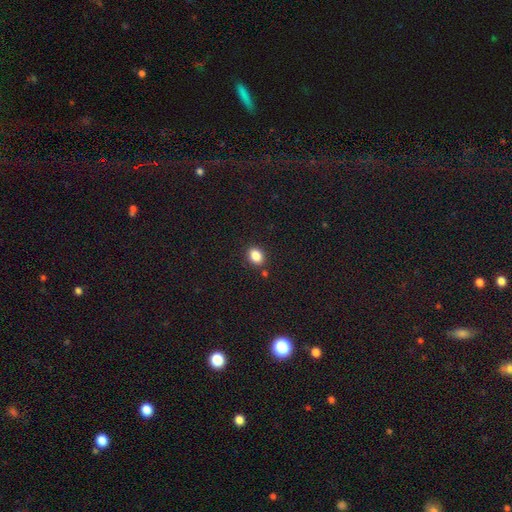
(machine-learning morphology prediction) The model was most divided on "how rounded": in between: 64%, round: 35%, cigar-shaped: 1%. More confident: smooth or featured — smooth (86%); merging — none (84%).